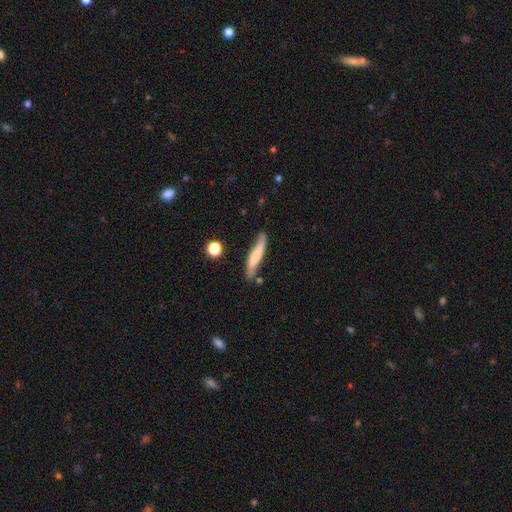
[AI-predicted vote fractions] This appears to be a smooth galaxy with no disk features (61%) that is cigar-shaped (88%). Merging: none (70%).